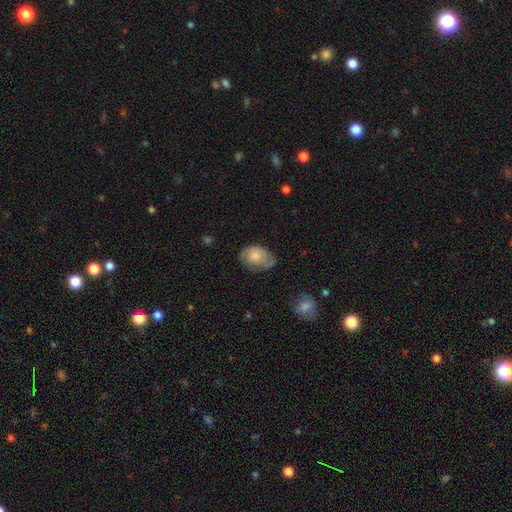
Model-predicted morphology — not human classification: Smooth or featured? Predicted: smooth (p=0.66). How rounded? Predicted: in between (p=0.82). Merging? Predicted: none (p=0.50).